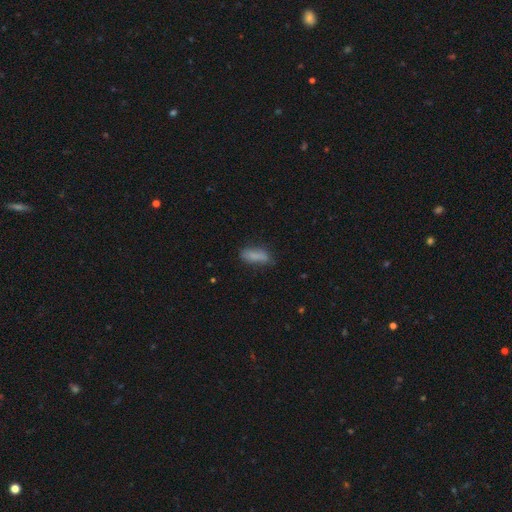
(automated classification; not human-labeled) Q: Smooth or featured?
A: smooth (80%); runner-up: featured or disk (12%)
Q: How rounded?
A: in between (60%); runner-up: cigar-shaped (38%)
Q: Merging?
A: none (64%); runner-up: minor disturbance (25%)